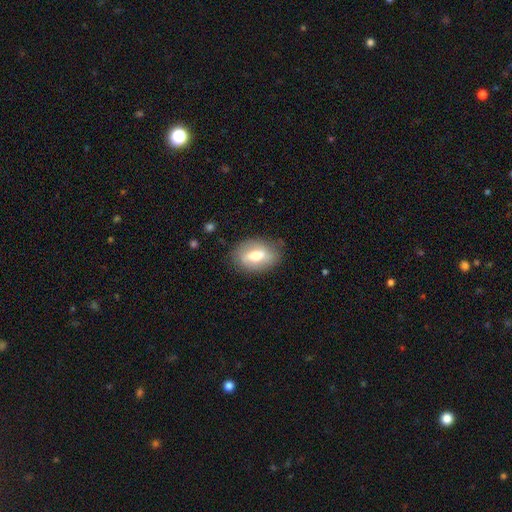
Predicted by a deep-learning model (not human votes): A smooth galaxy with no disk features (57%) that is in between round and cigar-shaped (85%). Merging: none (78%).